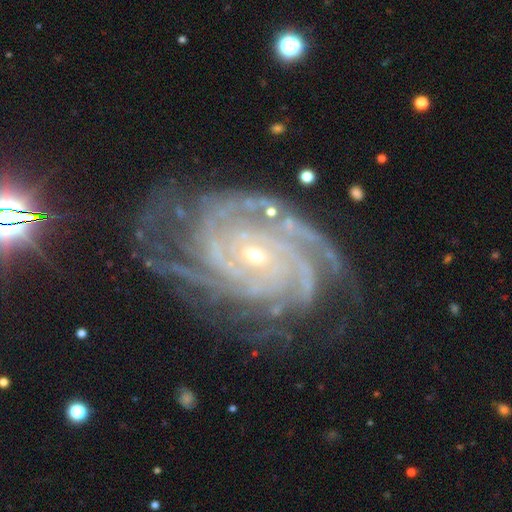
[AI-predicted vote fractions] Smooth or featured? Predicted: featured or disk (p=0.92). Edge-on disk? Predicted: no (p=0.97). Bar? Predicted: no (p=0.68). Spiral arms? Predicted: yes (p=0.99). Spiral winding? Predicted: tight (p=0.78). Spiral arm count? Predicted: 4 (p=0.27). Bulge size? Predicted: small (p=0.74). Merging? Predicted: none (p=0.70).